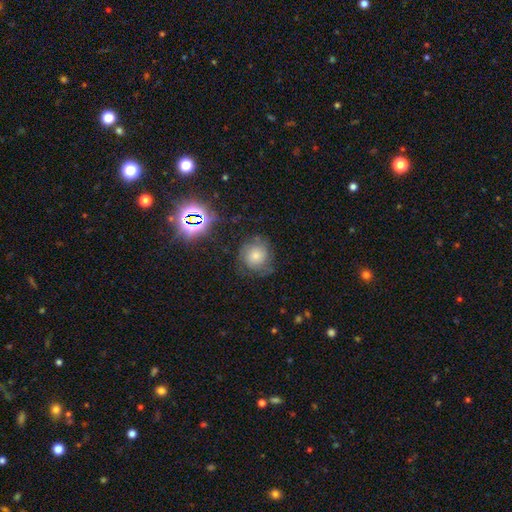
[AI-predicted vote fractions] A smooth galaxy with no disk features (55%) that is round (88%).

Vote fractions:
- Smooth or featured? smooth: 55% / featured or disk: 29% / star or artifact: 15%
- How rounded? round: 88% / in between: 11% / cigar-shaped: 1%
- Merging? none: 64% / minor disturbance: 22% / major disturbance: 12% / merger: 3%